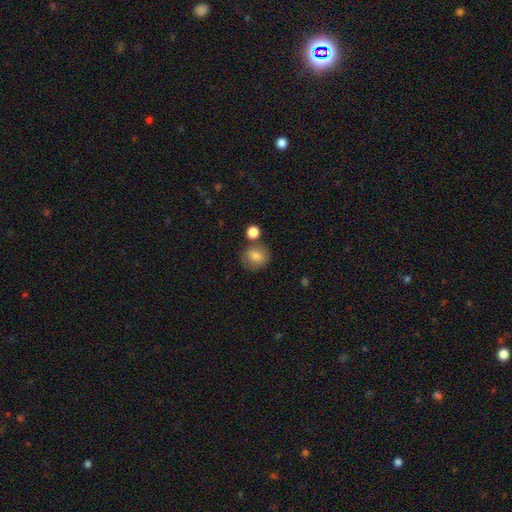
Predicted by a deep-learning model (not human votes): A smooth galaxy with no disk features (82%) that is round (78%). Merging: none (69%).